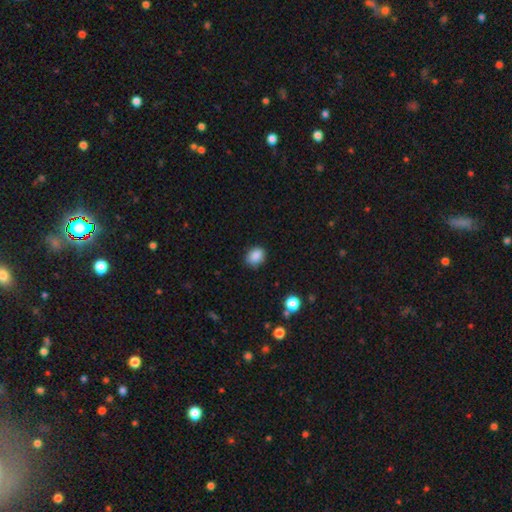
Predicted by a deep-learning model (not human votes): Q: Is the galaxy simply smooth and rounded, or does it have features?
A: smooth — 87%.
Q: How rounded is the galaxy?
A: in between — 55%.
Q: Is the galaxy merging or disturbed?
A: none — 80%.